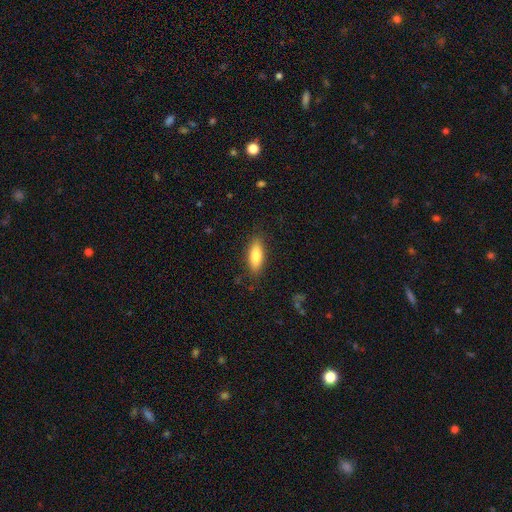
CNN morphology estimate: smooth_or_featured: smooth (p=0.79) [alt: featured or disk p=0.14]
how_rounded: in between (p=0.65) [alt: cigar-shaped p=0.33]
merging: none (p=0.86) [alt: minor disturbance p=0.10]